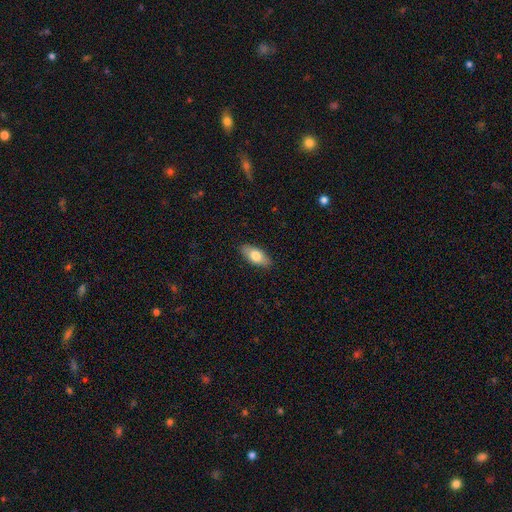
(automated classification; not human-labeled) Q: Smooth or featured?
A: smooth (76%); runner-up: featured or disk (18%)
Q: How rounded?
A: in between (87%); runner-up: cigar-shaped (10%)
Q: Merging?
A: none (88%); runner-up: minor disturbance (9%)